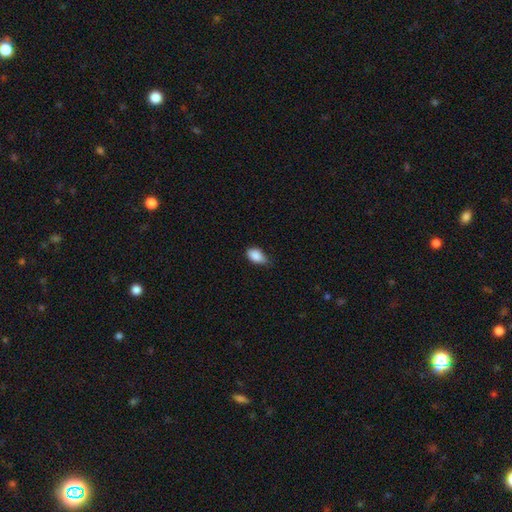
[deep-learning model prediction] A smooth galaxy with no disk features (87%) that is in between round and cigar-shaped (90%).

Vote fractions:
- Smooth or featured? smooth: 87% / star or artifact: 8% / featured or disk: 6%
- How rounded? in between: 90% / round: 7% / cigar-shaped: 3%
- Merging? none: 48% / minor disturbance: 44% / major disturbance: 7% / merger: 2%